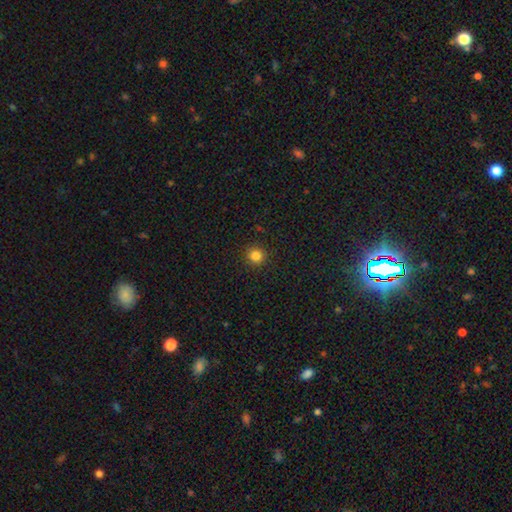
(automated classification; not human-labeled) Overall: smooth (83%). How rounded: round (94%). Merging: none (92%).